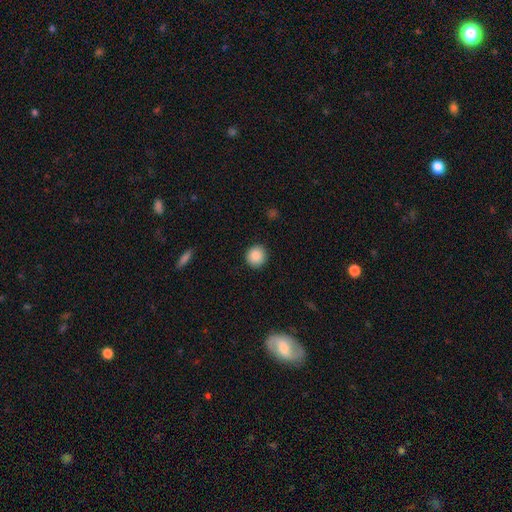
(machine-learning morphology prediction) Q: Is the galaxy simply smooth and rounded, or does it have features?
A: smooth — 88%.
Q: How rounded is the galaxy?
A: round — 92%.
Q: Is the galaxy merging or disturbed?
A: none — 91%.